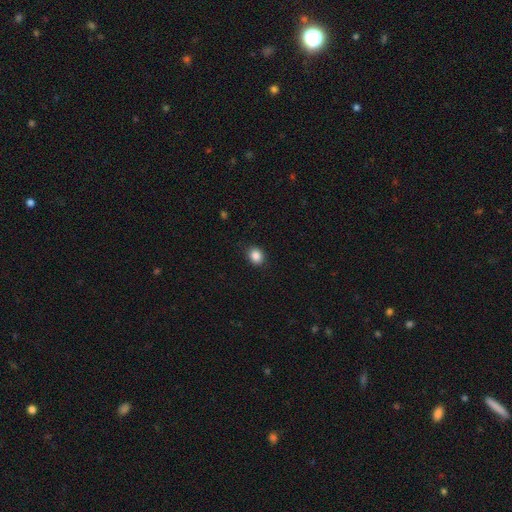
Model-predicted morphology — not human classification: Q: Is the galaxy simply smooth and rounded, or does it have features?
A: smooth — 87%.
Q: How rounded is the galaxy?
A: round — 58%.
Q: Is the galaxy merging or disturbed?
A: none — 87%.